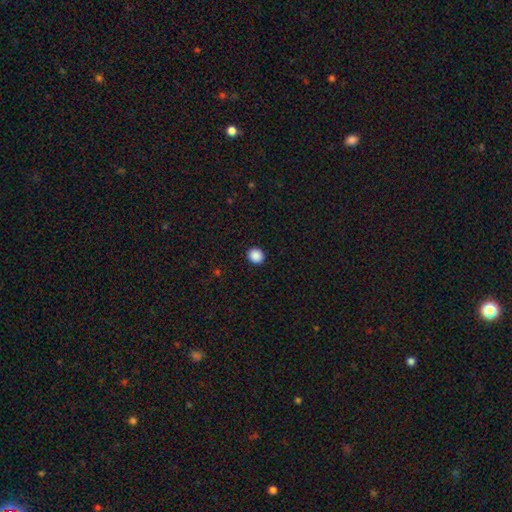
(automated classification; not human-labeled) smooth-or-featured: smooth: 89% | star or artifact: 9% | featured or disk: 2%
  how-rounded: round: 86% | in between: 13% | cigar-shaped: 1%
  merging: none: 93% | minor disturbance: 5% | major disturbance: 2% | merger: 1%